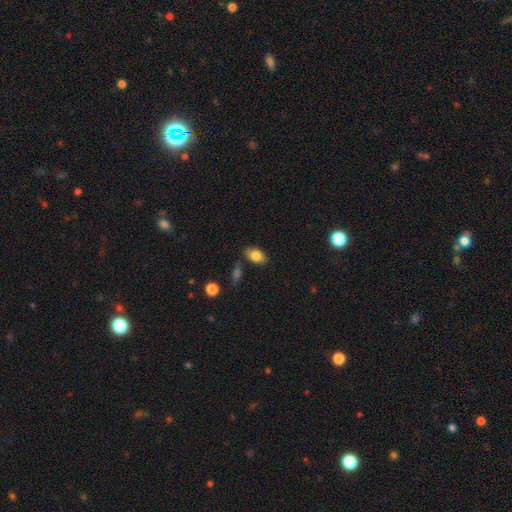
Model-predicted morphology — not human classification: Smooth or featured?
  - smooth: 81% *
  - featured or disk: 11%
  - star or artifact: 8%
How rounded?
  - in between: 88% *
  - round: 9%
  - cigar-shaped: 2%
Merging?
  - none: 79% *
  - minor disturbance: 14%
  - merger: 4%
  - major disturbance: 3%